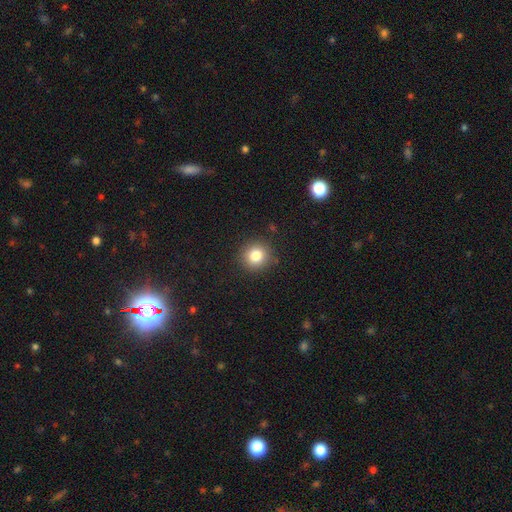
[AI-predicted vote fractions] Smooth or featured? smooth (82%)
How rounded? round (92%)
Merging? none (90%)